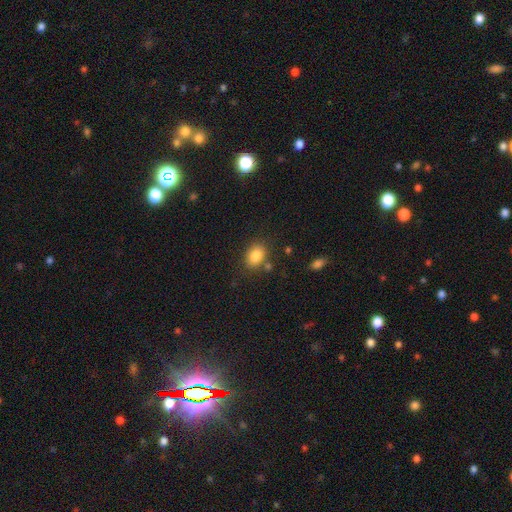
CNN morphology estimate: type=smooth (84%); roundness=in between (73%); merging=none (78%).